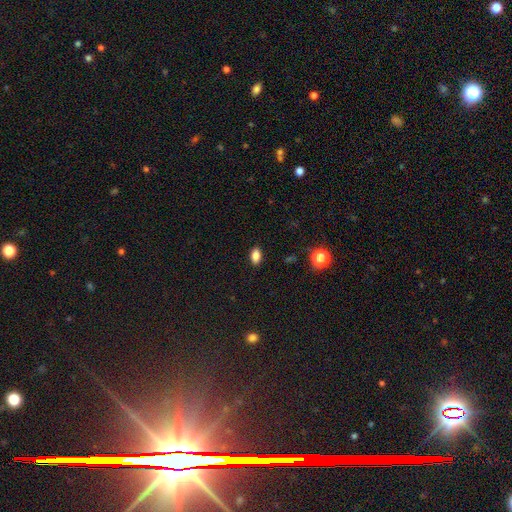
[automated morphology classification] Smooth or featured? Predicted: smooth (p=0.84). How rounded? Predicted: in between (p=0.88). Merging? Predicted: none (p=0.88).